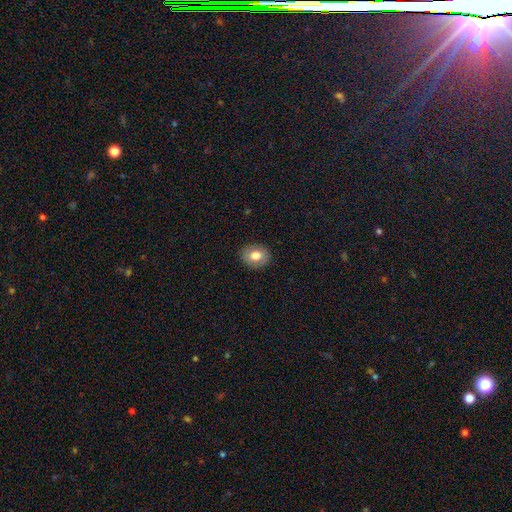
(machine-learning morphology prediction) Q: Smooth or featured?
A: smooth (76%); runner-up: featured or disk (16%)
Q: How rounded?
A: in between (50%); runner-up: round (49%)
Q: Merging?
A: none (88%); runner-up: minor disturbance (9%)